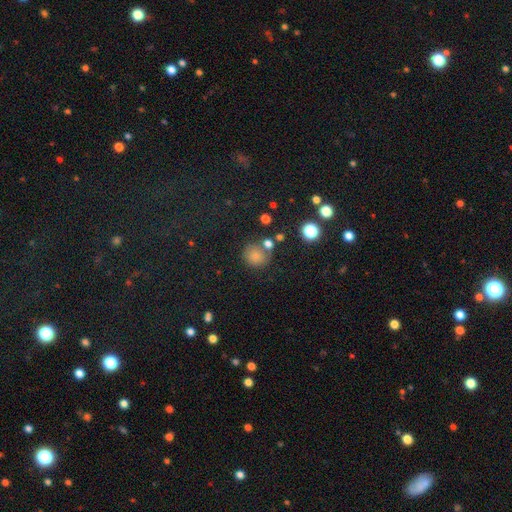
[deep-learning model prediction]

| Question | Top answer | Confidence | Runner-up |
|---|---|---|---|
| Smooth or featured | smooth | 75% | star or artifact (15%) |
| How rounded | round | 86% | in between (13%) |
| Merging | none | 66% | minor disturbance (16%) |